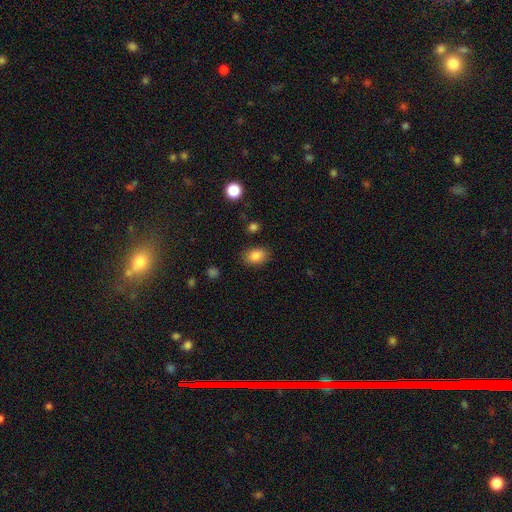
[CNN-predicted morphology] This appears to be a smooth galaxy with no disk features (84%) that is in between round and cigar-shaped (78%). Merging: none (84%).